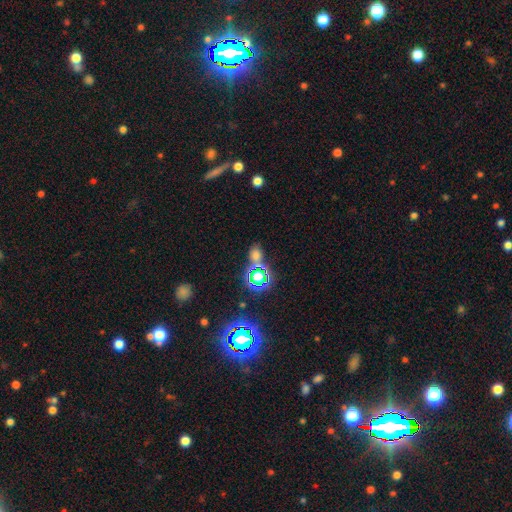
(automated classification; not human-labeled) This is possibly a smooth galaxy (56%). How rounded: possibly round (49%). Merging: likely none (64%).